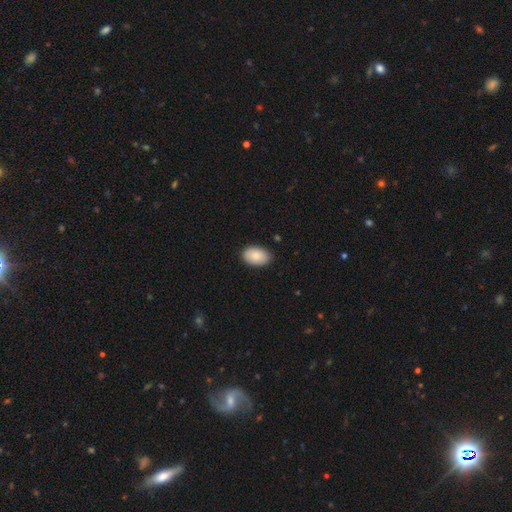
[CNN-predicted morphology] The model was most divided on "merging": none: 86%, minor disturbance: 11%, major disturbance: 2%, merger: 1%. More confident: how rounded — in between (91%); smooth or featured — smooth (87%).